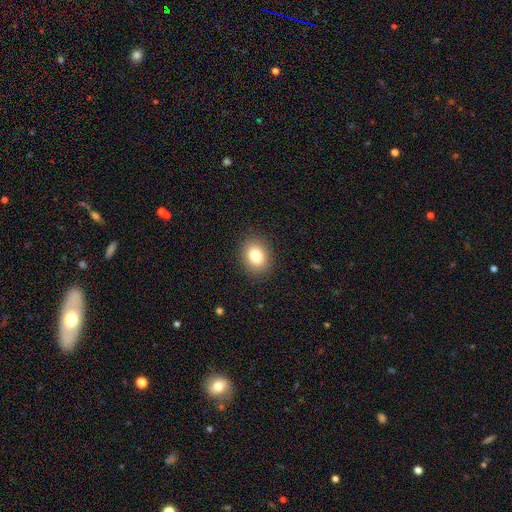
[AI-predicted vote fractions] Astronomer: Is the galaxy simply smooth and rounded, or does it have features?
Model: smooth — 81%.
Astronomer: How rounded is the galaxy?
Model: in between — 50% (runner-up: round, 49%).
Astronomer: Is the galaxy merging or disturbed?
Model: none — 89%.